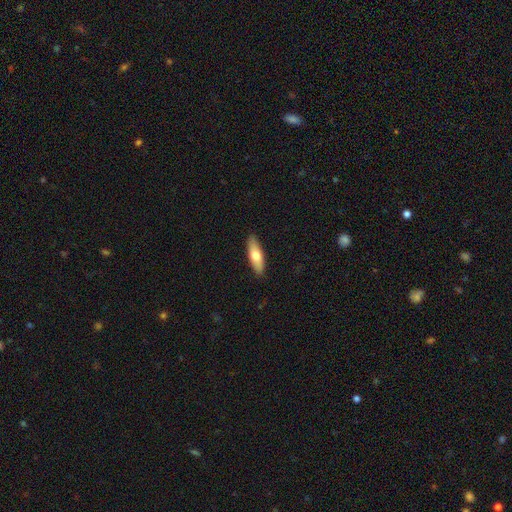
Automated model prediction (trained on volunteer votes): smooth 67%, featured or disk 28%, star or artifact 5%. Down the decision tree: how rounded — in between (52%); merging — none (89%).